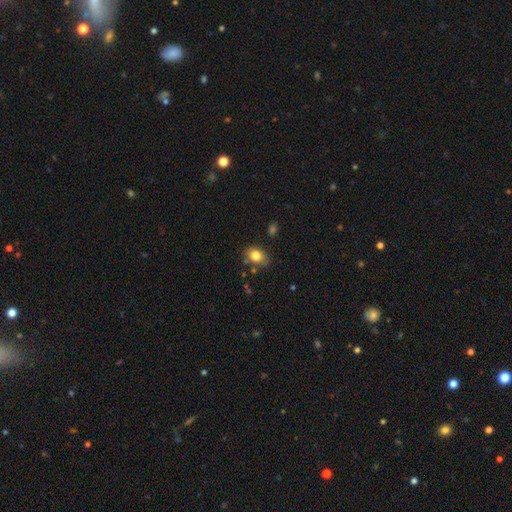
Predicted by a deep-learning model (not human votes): This appears to be a smooth galaxy with no disk features (82%) that is in between round and cigar-shaped (75%). Merging: none (71%).